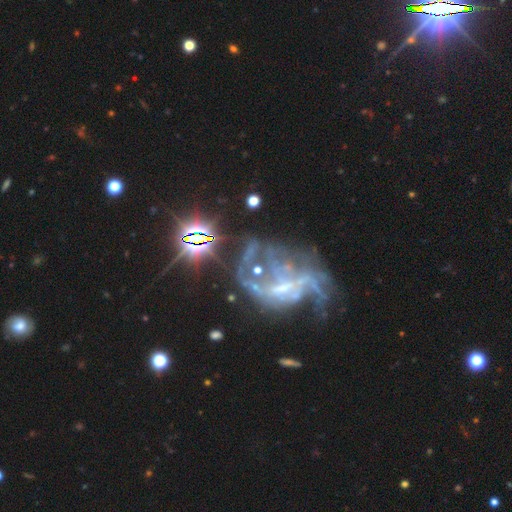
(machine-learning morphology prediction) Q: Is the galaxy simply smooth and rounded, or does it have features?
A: featured or disk — 74%.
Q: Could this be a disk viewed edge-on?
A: no — 96%.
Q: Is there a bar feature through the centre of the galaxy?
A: weak — 41%.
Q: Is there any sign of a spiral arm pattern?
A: yes — 85%.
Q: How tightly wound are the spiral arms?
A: medium — 40%.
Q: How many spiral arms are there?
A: can't tell — 29%.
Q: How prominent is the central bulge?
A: small — 69%.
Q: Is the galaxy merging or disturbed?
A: none — 45%.